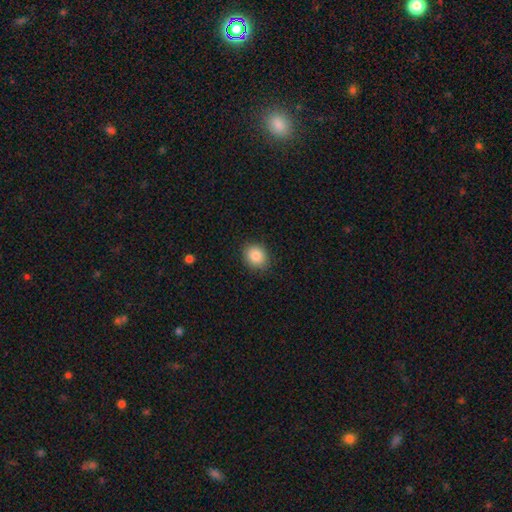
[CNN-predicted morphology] Smooth or featured? smooth (86%)
How rounded? round (70%)
Merging? none (88%)